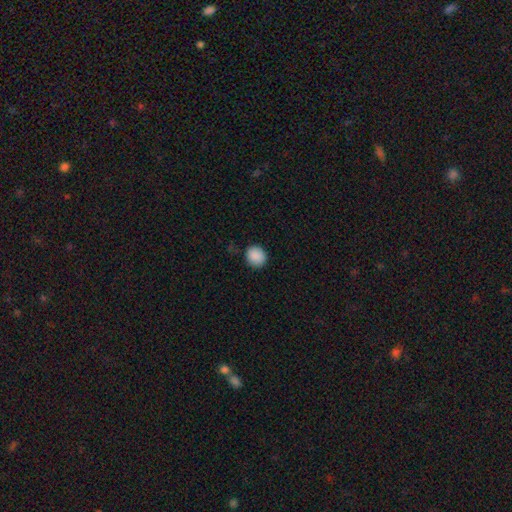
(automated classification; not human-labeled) smooth_or_featured: smooth (p=0.89) [alt: star or artifact p=0.08]
how_rounded: round (p=0.74) [alt: in between p=0.25]
merging: none (p=0.86) [alt: minor disturbance p=0.10]